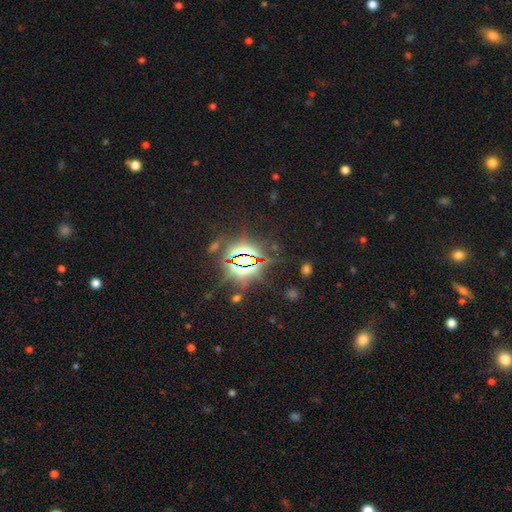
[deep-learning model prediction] star or artifact 84%, smooth 8%, featured or disk 7%.